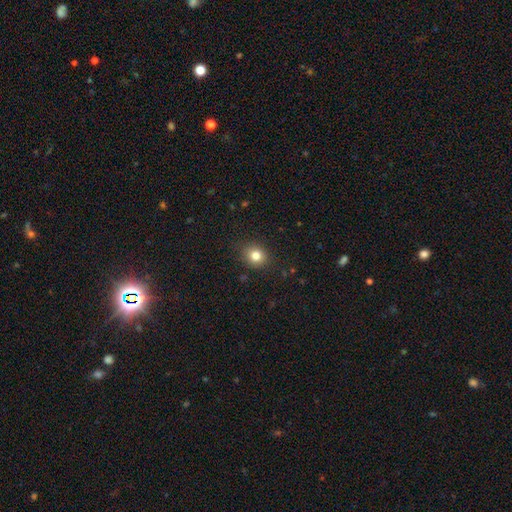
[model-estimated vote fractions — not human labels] Smooth or featured? smooth (81%)
How rounded? round (73%)
Merging? none (87%)